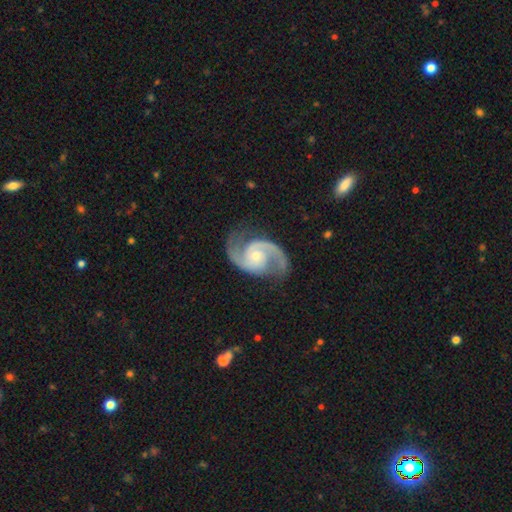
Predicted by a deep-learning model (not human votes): This appears to be a featured or disk galaxy (93%) with no bar (62%), 2 (94%) medium (64%) spiral arms (99%) and a small central bulge (50%). Merging: none (80%).